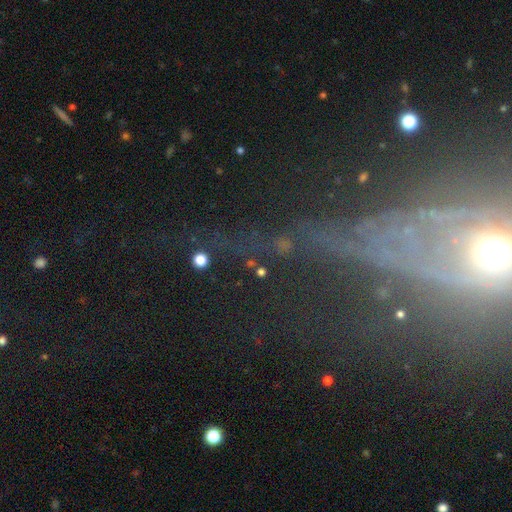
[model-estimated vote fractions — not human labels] Overall: star or artifact (47%; featured or disk 36%).